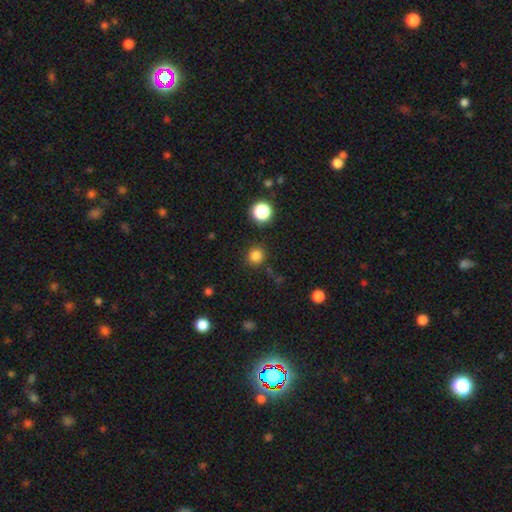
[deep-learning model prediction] The model was most divided on "smooth or featured": smooth: 82%, star or artifact: 15%, featured or disk: 4%. More confident: how rounded — round (93%); merging — none (87%).